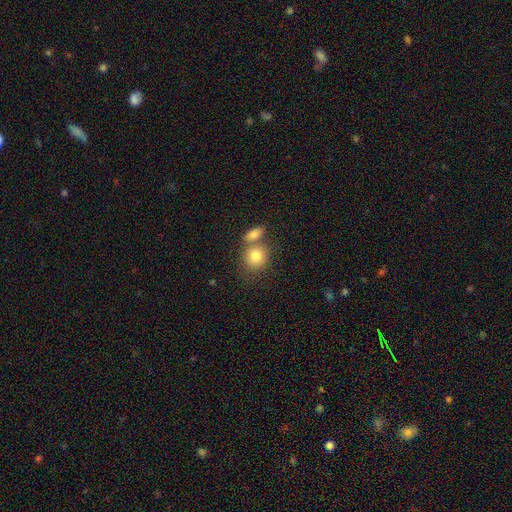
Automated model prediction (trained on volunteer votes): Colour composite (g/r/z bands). It shows a smooth galaxy with no disk features (81%) that is round (71%). Merging: none (45%).